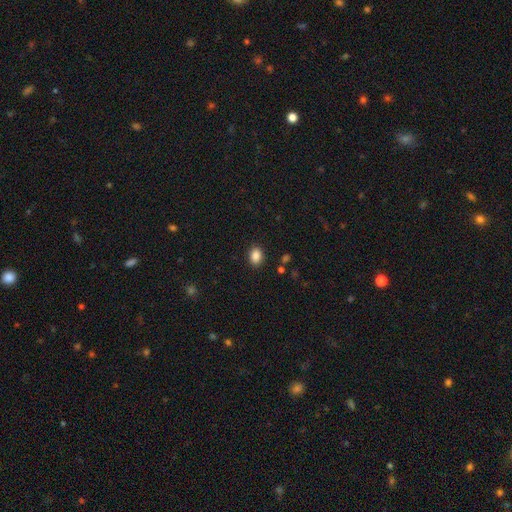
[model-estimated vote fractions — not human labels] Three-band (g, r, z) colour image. It shows a smooth galaxy with no disk features (87%) that is in between round and cigar-shaped (63%). Merging: none (89%).